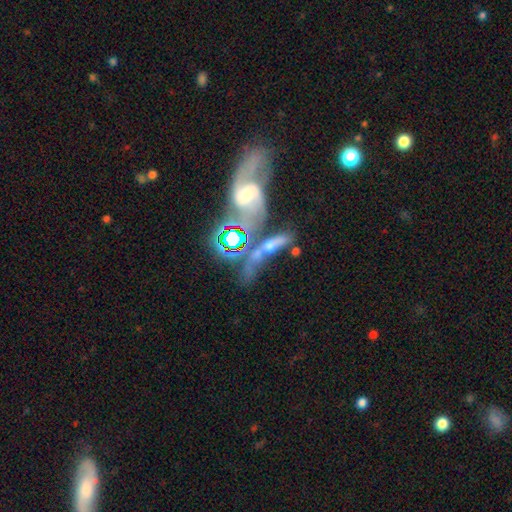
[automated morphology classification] This is possibly a featured or disk galaxy (50%). Merging: possibly merger (46%).